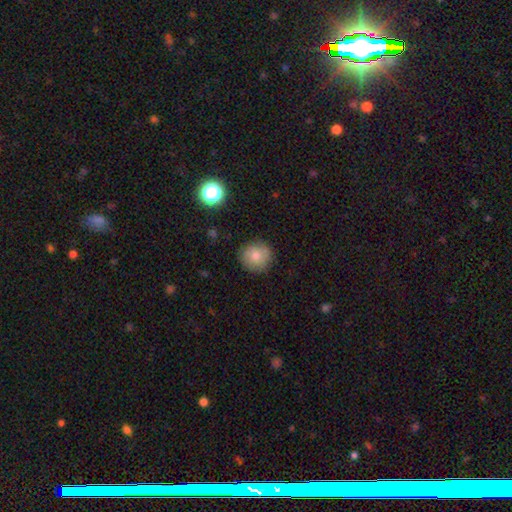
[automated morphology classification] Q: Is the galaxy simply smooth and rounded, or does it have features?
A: smooth — 70%.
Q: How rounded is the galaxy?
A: round — 93%.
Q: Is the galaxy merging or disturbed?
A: none — 86%.